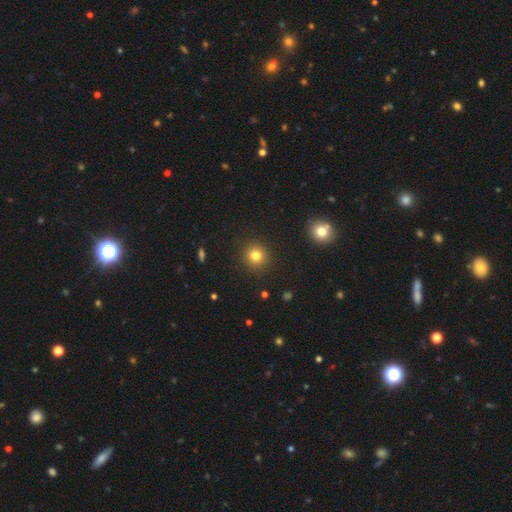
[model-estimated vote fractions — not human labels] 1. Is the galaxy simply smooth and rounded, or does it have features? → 80% smooth, 13% star or artifact, 7% featured or disk.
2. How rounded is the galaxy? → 92% round, 7% in between, 1% cigar-shaped.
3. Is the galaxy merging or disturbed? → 91% none, 5% minor disturbance, 2% major disturbance, 1% merger.